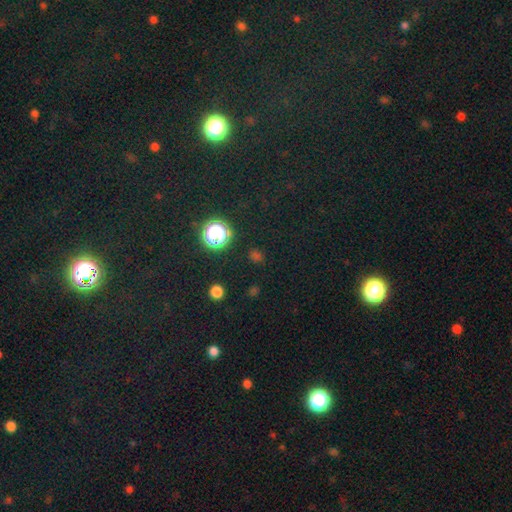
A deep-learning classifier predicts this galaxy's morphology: smooth-or-featured: star or artifact: 58% | smooth: 36% | featured or disk: 6%